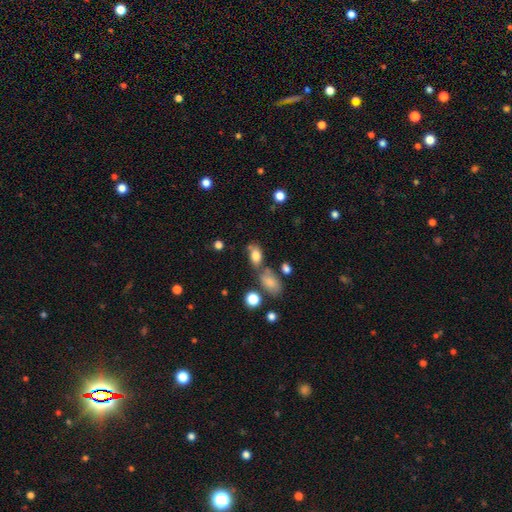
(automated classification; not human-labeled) Q: Smooth or featured?
A: smooth (79%); runner-up: featured or disk (11%)
Q: How rounded?
A: in between (85%); runner-up: round (11%)
Q: Merging?
A: none (53%); runner-up: minor disturbance (20%)